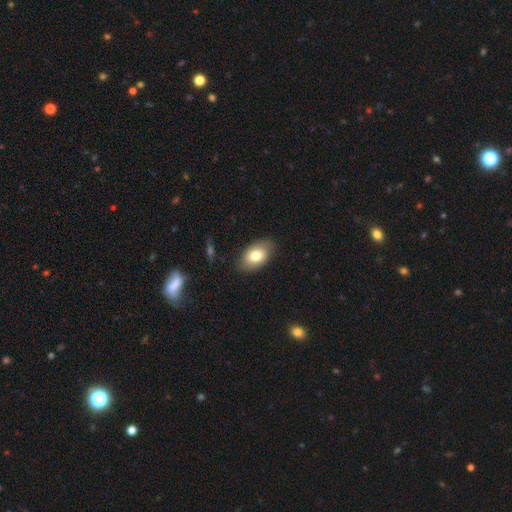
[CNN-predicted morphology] This is likely a smooth galaxy (76%). How rounded: clearly in between (91%). Merging: clearly none (83%).